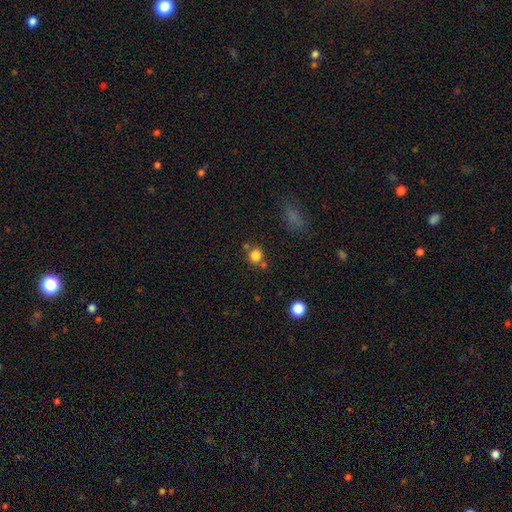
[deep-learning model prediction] Morphology: type=smooth (80%); roundness=round (85%); merging=none (68%).